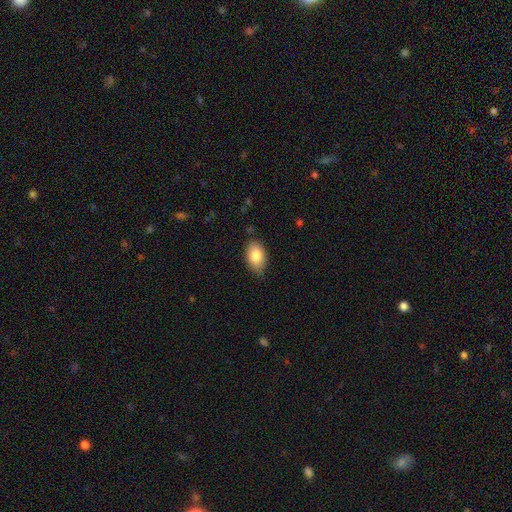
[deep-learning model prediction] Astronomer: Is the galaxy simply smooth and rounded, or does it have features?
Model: smooth — 85%.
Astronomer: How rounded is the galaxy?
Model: in between — 90%.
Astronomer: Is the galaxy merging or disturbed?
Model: none — 69%.